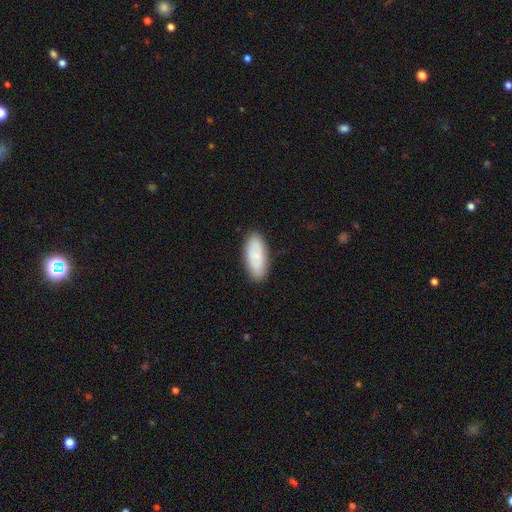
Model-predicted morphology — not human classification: Smooth or featured: smooth — 80% (featured or disk — 15%)
How rounded: in between — 82% (cigar-shaped — 16%)
Merging: none — 88% (minor disturbance — 9%)